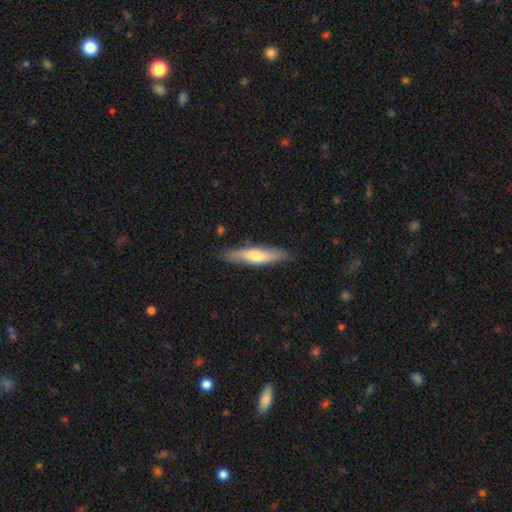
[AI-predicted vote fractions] smooth 60%, featured or disk 35%, star or artifact 5%. Down the decision tree: how rounded — cigar-shaped (79%); merging — none (85%).